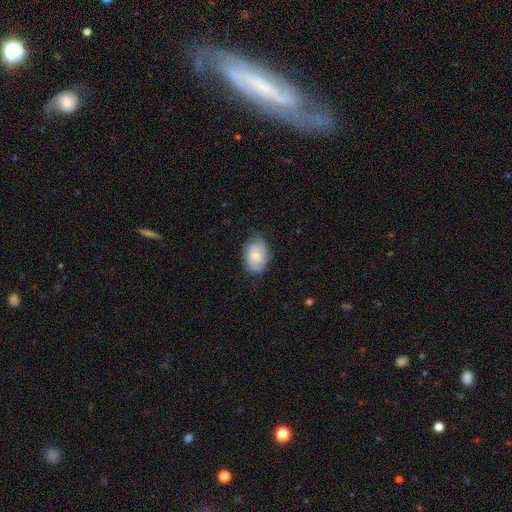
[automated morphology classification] This appears to be a smooth galaxy with no disk features (57%) that is in between round and cigar-shaped (80%). Merging: none (64%).